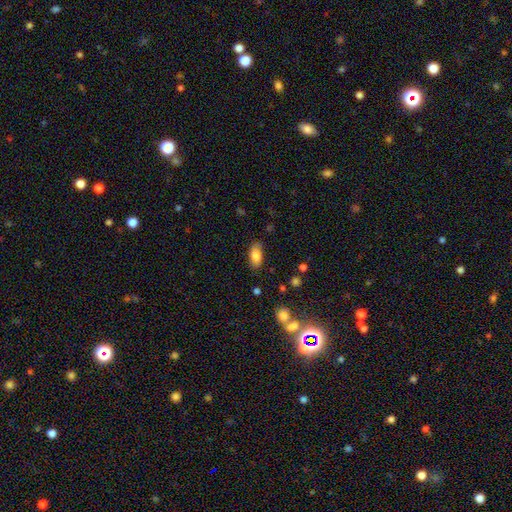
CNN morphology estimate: Smooth or featured?
  - smooth: 82% *
  - featured or disk: 10%
  - star or artifact: 8%
How rounded?
  - in between: 91% *
  - cigar-shaped: 5%
  - round: 4%
Merging?
  - none: 79% *
  - minor disturbance: 16%
  - major disturbance: 4%
  - merger: 2%